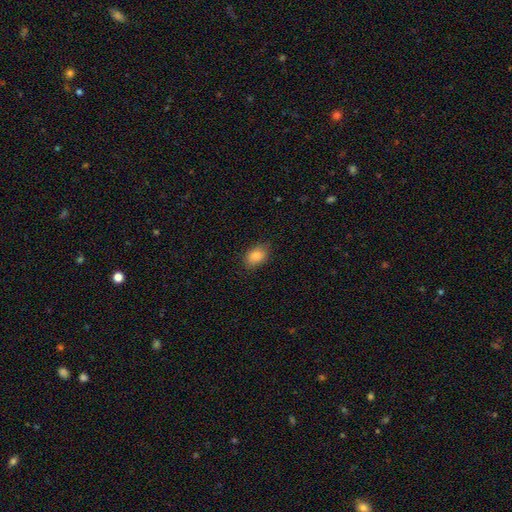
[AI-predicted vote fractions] Overall: smooth (84%). How rounded: in between (84%). Merging: none (83%).